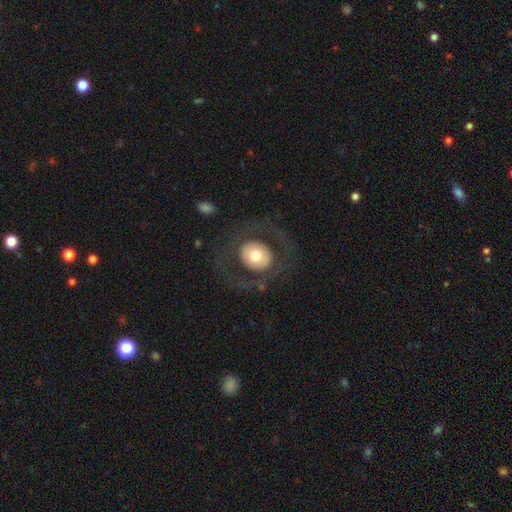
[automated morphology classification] Smooth or featured? smooth (53%)
How rounded? round (76%)
Merging? none (76%)